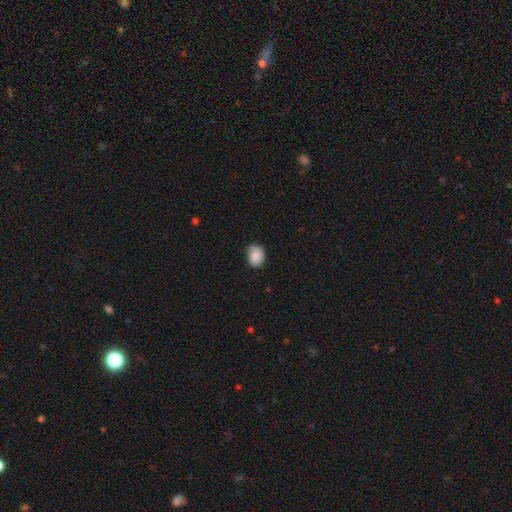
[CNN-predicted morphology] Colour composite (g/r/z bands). It shows a smooth galaxy with no disk features (88%) that is in between round and cigar-shaped (65%). Merging: none (75%).